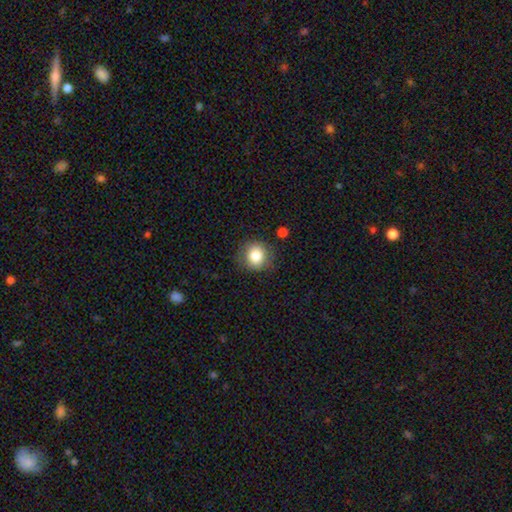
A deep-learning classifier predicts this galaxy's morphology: smooth-or-featured: smooth: 81% | star or artifact: 10% | featured or disk: 9%
  how-rounded: round: 88% | in between: 11% | cigar-shaped: 1%
  merging: none: 82% | minor disturbance: 12% | major disturbance: 4% | merger: 2%